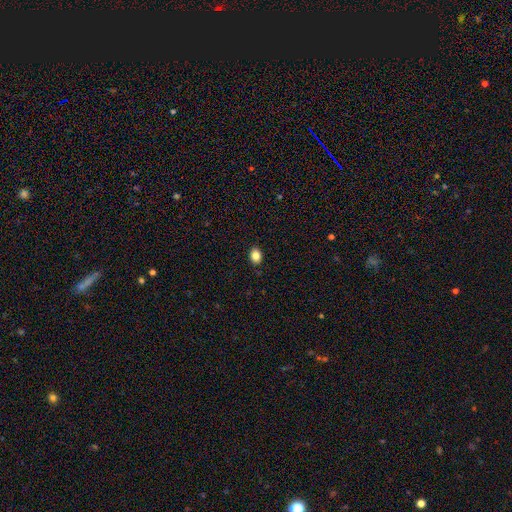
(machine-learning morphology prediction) Q: Smooth or featured?
A: smooth (84%); runner-up: star or artifact (10%)
Q: How rounded?
A: in between (65%); runner-up: round (34%)
Q: Merging?
A: none (89%); runner-up: minor disturbance (8%)